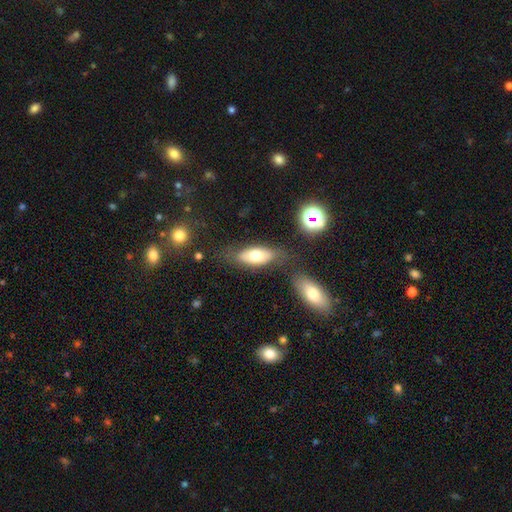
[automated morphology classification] A smooth galaxy with no disk features (66%) that is in between round and cigar-shaped (83%). Merging: none (70%).